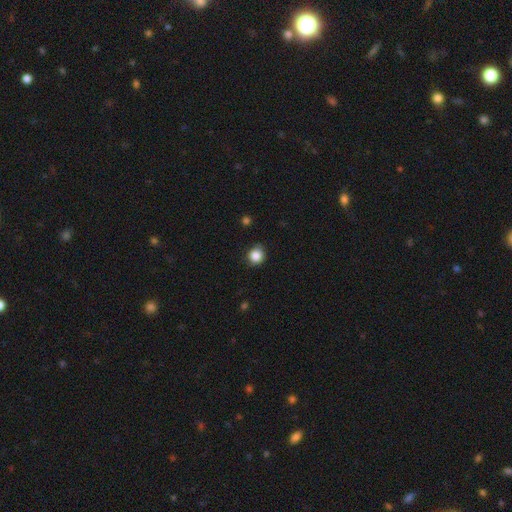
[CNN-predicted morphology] Smooth or featured?
  - smooth: 85% *
  - star or artifact: 10%
  - featured or disk: 4%
How rounded?
  - round: 85% *
  - in between: 14%
  - cigar-shaped: 1%
Merging?
  - none: 84% *
  - minor disturbance: 13%
  - major disturbance: 2%
  - merger: 1%